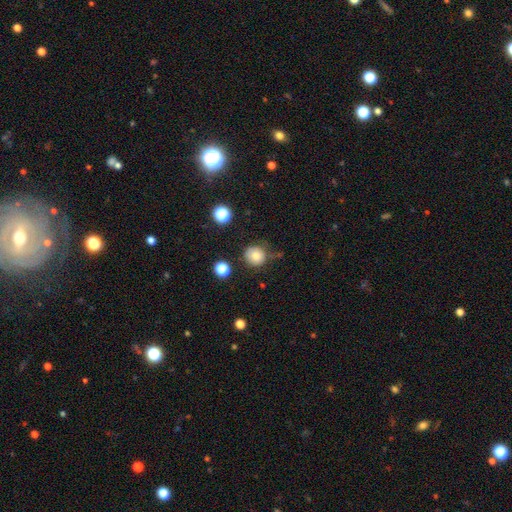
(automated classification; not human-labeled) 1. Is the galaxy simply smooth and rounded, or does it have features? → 79% smooth, 11% star or artifact, 10% featured or disk.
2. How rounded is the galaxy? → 92% round, 7% in between, 1% cigar-shaped.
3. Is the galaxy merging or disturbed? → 75% none, 17% minor disturbance, 4% major disturbance, 4% merger.